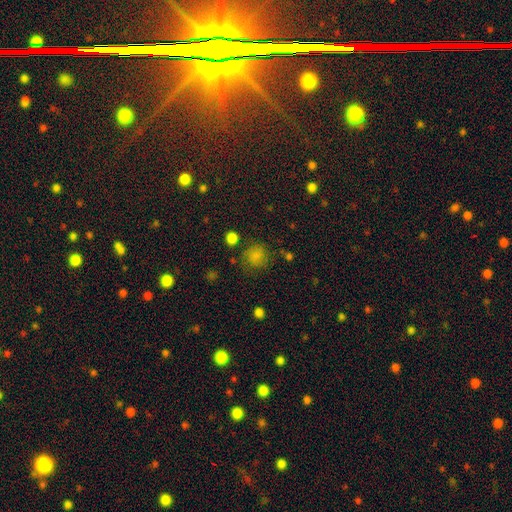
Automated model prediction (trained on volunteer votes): Smooth or featured? smooth (78%)
How rounded? round (84%)
Merging? none (71%)